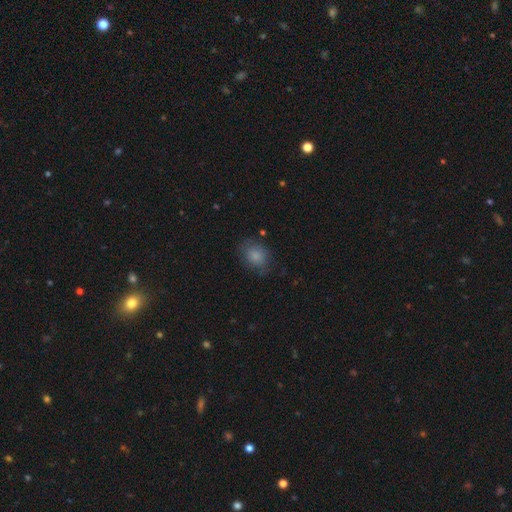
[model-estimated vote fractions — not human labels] This appears to be a smooth galaxy with no disk features (83%) that is in between round and cigar-shaped (52%). Merging: none (71%).